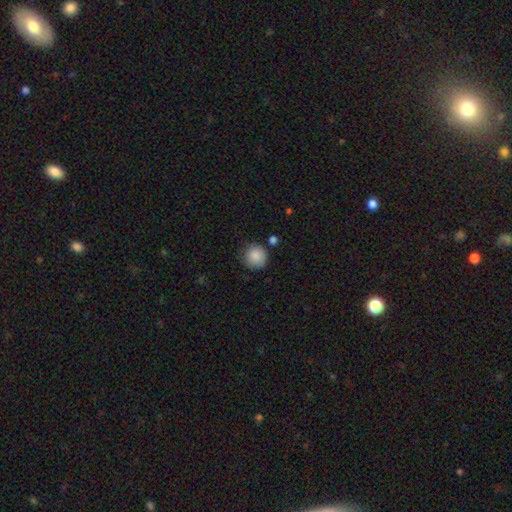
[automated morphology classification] The model was most divided on "merging": none: 79%, minor disturbance: 14%, merger: 4%, major disturbance: 3%. More confident: how rounded — round (93%); smooth or featured — smooth (88%).